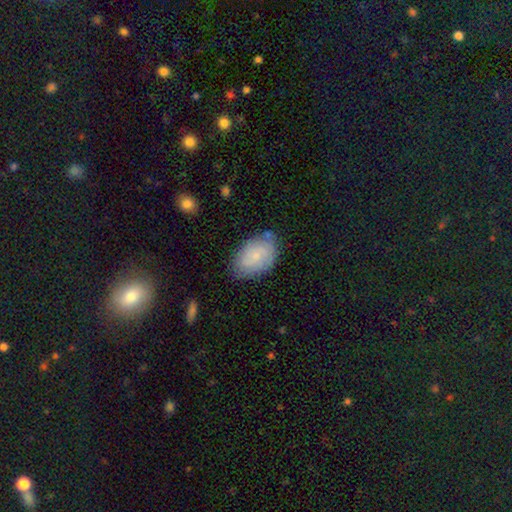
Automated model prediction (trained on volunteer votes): The model was most divided on "smooth or featured": smooth: 68%, featured or disk: 25%, star or artifact: 7%. More confident: how rounded — in between (91%); merging — none (71%).